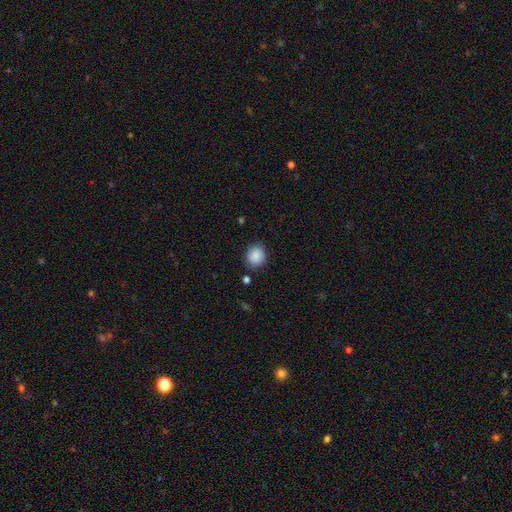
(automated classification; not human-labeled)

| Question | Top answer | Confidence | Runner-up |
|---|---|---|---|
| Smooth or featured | smooth | 89% | star or artifact (8%) |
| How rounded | round | 75% | in between (24%) |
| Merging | none | 83% | minor disturbance (11%) |